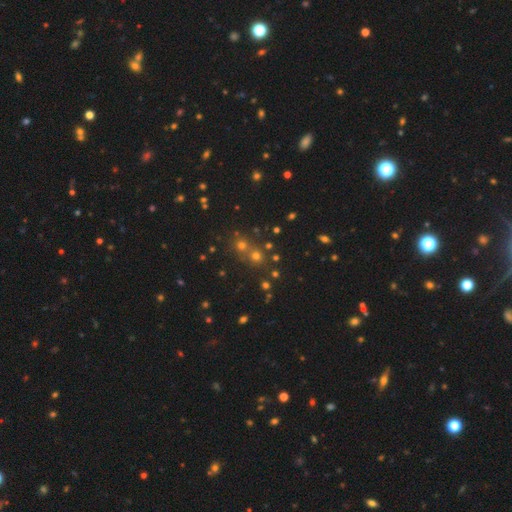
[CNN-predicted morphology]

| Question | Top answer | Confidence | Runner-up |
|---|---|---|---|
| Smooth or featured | smooth | 47% | star or artifact (42%) |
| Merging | none | 64% | merger (26%) |